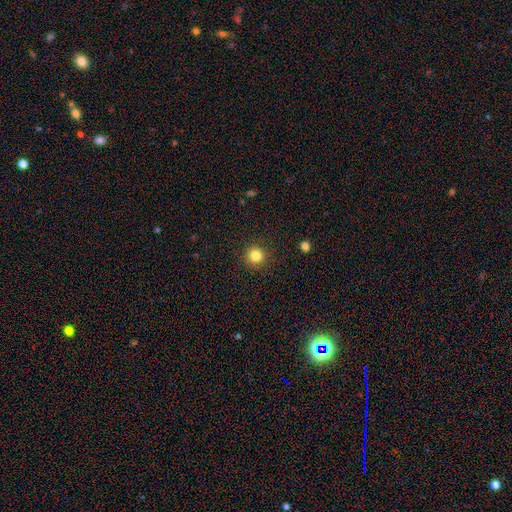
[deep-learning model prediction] Smooth or featured? smooth (83%)
How rounded? round (93%)
Merging? none (91%)